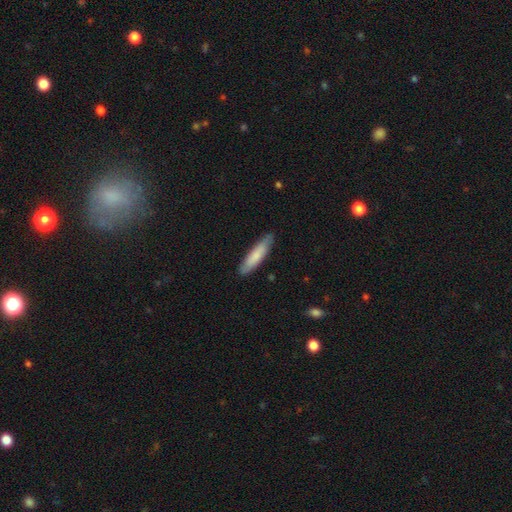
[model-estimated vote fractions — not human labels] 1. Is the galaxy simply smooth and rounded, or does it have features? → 76% smooth, 19% featured or disk, 5% star or artifact.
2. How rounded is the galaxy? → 80% cigar-shaped, 19% in between, 1% round.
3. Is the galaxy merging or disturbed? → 84% none, 13% minor disturbance, 2% major disturbance, 1% merger.